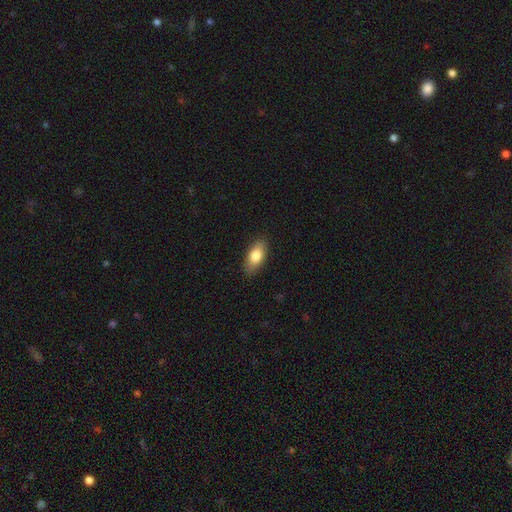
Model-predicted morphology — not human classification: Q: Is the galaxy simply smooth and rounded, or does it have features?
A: smooth — 80%.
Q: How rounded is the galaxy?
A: in between — 88%.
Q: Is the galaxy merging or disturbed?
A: none — 86%.